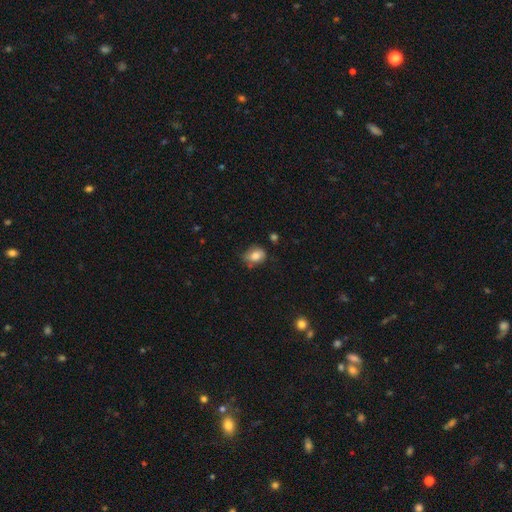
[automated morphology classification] Smooth or featured: smooth — 76% (featured or disk — 15%)
How rounded: in between — 64% (round — 35%)
Merging: none — 57% (minor disturbance — 31%)